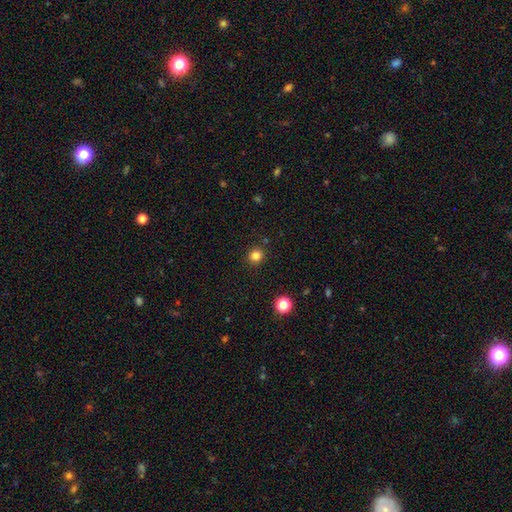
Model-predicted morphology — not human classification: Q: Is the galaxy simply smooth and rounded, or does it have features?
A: smooth — 82%.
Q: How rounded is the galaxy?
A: round — 90%.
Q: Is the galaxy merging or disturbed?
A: none — 90%.